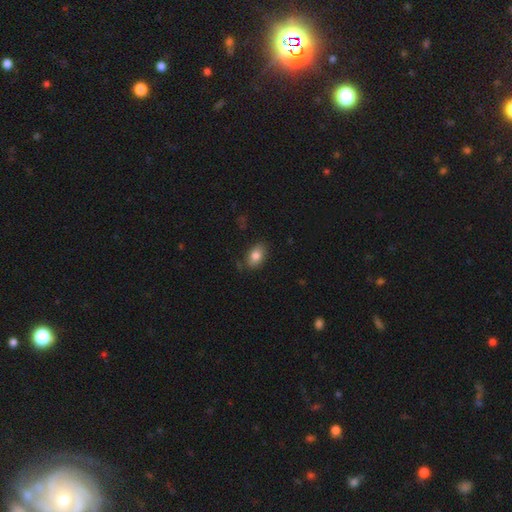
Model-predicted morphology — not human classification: Smooth or featured? Predicted: smooth (p=0.83). How rounded? Predicted: in between (p=0.87). Merging? Predicted: none (p=0.82).